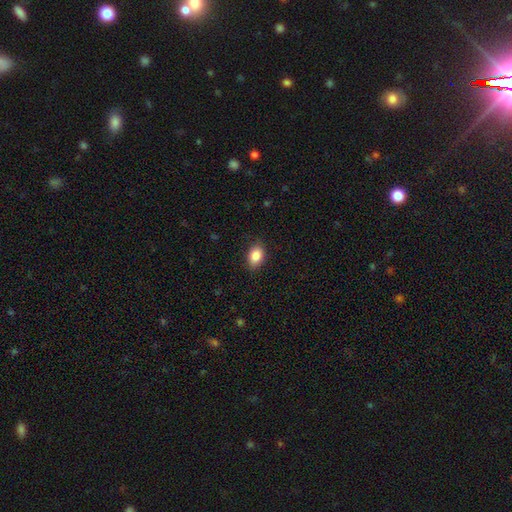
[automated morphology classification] Overall: smooth (86%). How rounded: in between (82%). Merging: none (85%).